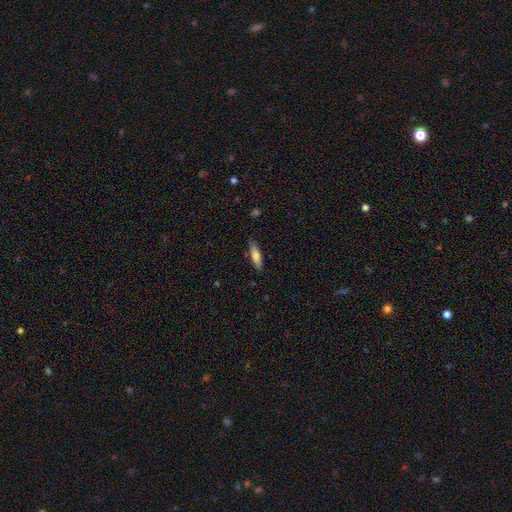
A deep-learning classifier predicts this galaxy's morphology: smooth 73%, featured or disk 21%, star or artifact 6%. Down the decision tree: how rounded — cigar-shaped (68%); merging — none (85%).